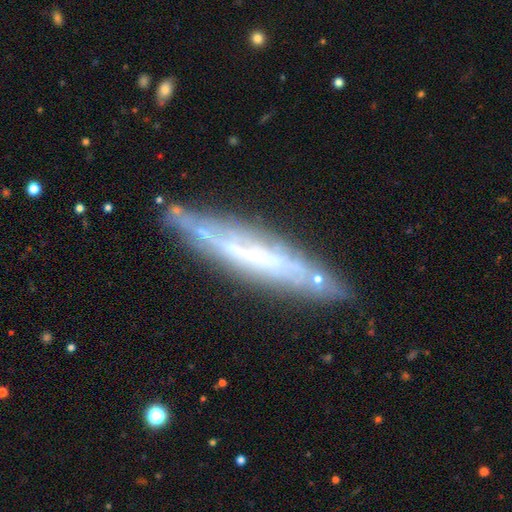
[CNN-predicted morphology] Smooth or featured? Predicted: featured or disk (p=0.64). Edge-on disk? Predicted: yes (p=0.79). Edge-on bulge? Predicted: none (p=0.80). Merging? Predicted: none (p=0.78).